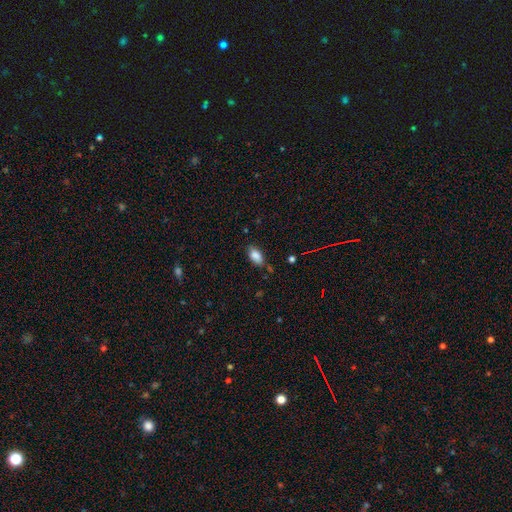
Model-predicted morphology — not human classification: Smooth or featured? Predicted: smooth (p=0.86). How rounded? Predicted: in between (p=0.91). Merging? Predicted: none (p=0.77).